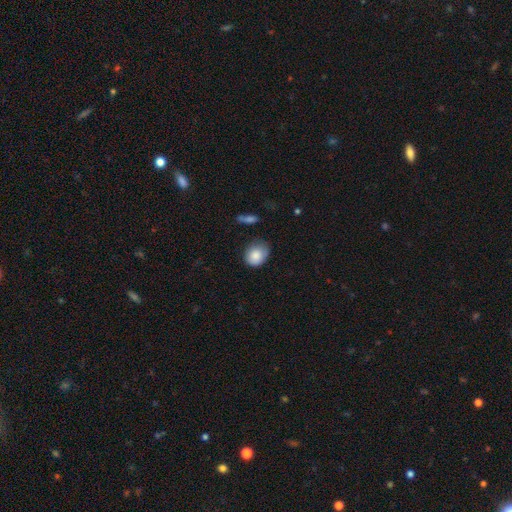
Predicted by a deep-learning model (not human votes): A smooth galaxy with no disk features (84%) that is round (55%). Merging: none (60%).